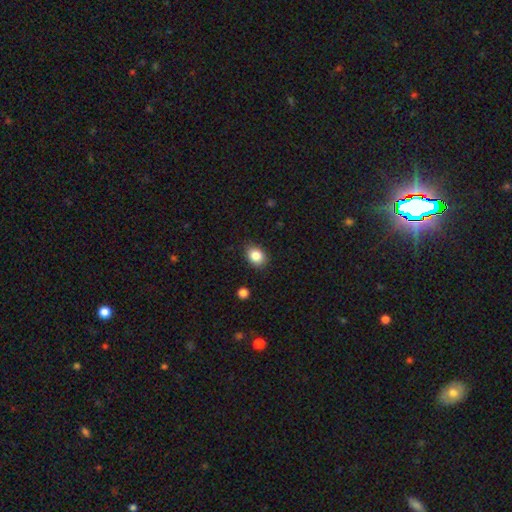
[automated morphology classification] A smooth galaxy with no disk features (86%) that is in between round and cigar-shaped (56%).

Vote fractions:
- Smooth or featured? smooth: 86% / star or artifact: 9% / featured or disk: 5%
- How rounded? in between: 56% / round: 43% / cigar-shaped: 1%
- Merging? none: 85% / minor disturbance: 11% / major disturbance: 2% / merger: 2%